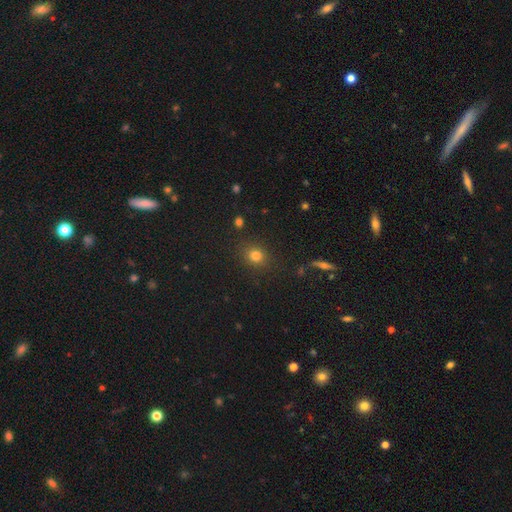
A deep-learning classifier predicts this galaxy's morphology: Overall: smooth (79%). How rounded: round (76%). Merging: none (87%).